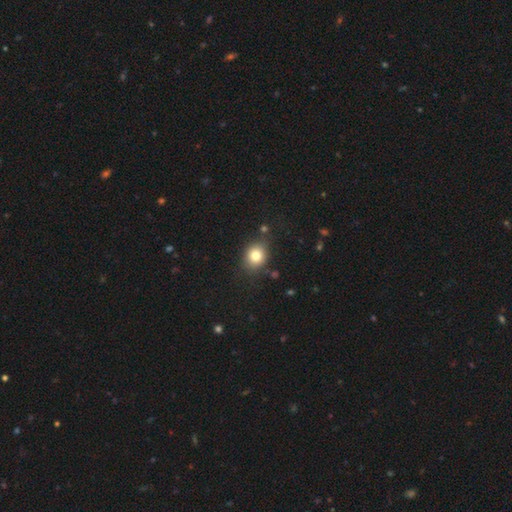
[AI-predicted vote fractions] Morphology: type=smooth (80%); roundness=round (62%); merging=none (79%).